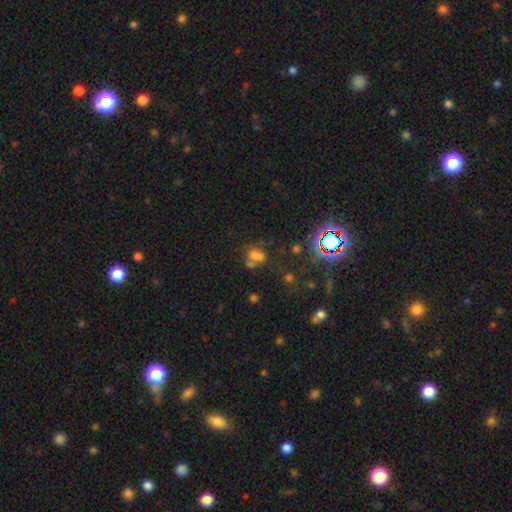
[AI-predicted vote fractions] A smooth galaxy with no disk features (56%) that is round (51%). Merging: merger (42%).